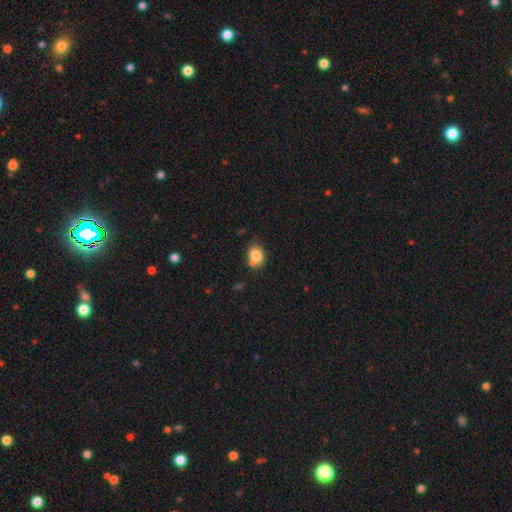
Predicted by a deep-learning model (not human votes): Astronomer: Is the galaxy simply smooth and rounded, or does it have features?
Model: smooth — 81%.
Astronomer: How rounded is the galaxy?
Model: in between — 58% (runner-up: round, 41%).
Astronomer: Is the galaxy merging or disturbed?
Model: none — 56%.